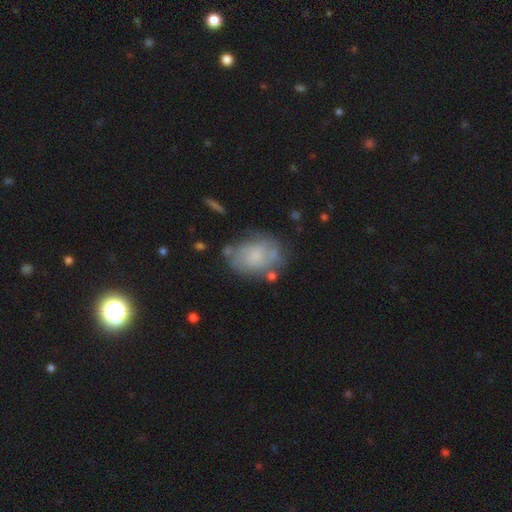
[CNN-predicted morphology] Smooth or featured: smooth — 51% (featured or disk — 40%)
How rounded: in between — 73% (round — 26%)
Merging: none — 60% (minor disturbance — 24%)